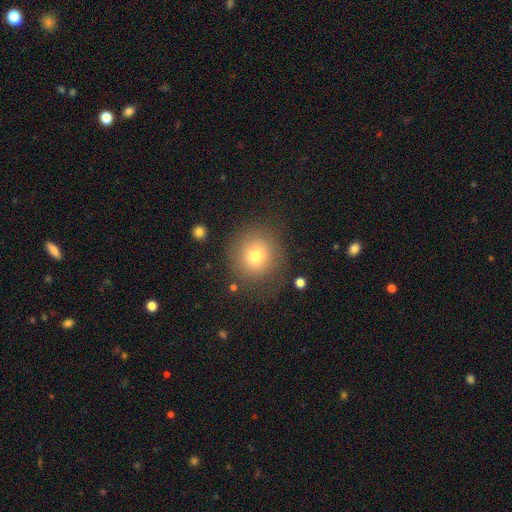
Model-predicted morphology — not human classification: A smooth galaxy with no disk features (75%) that is round (90%).

Vote fractions:
- Smooth or featured? smooth: 75% / star or artifact: 13% / featured or disk: 11%
- How rounded? round: 90% / in between: 9% / cigar-shaped: 1%
- Merging? none: 81% / minor disturbance: 12% / major disturbance: 5% / merger: 2%